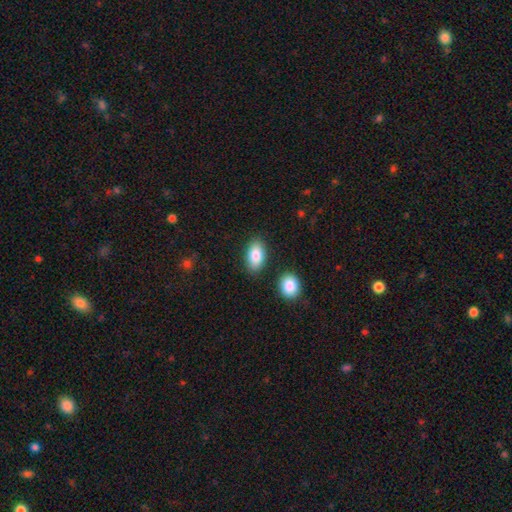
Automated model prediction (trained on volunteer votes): Smooth or featured? Predicted: smooth (p=0.85). How rounded? Predicted: in between (p=0.92). Merging? Predicted: none (p=0.82).